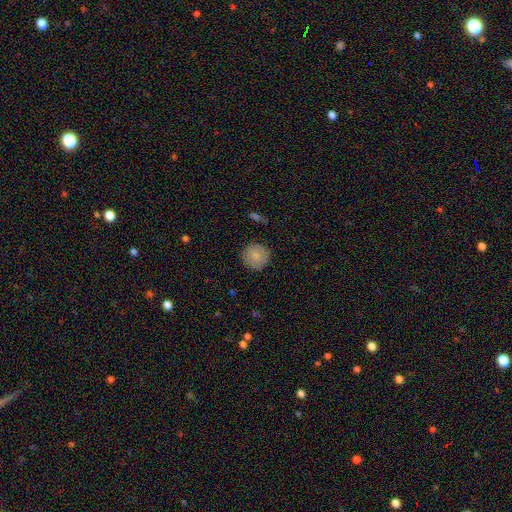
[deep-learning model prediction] Smooth or featured? Predicted: smooth (p=0.83). How rounded? Predicted: round (p=0.95). Merging? Predicted: none (p=0.89).